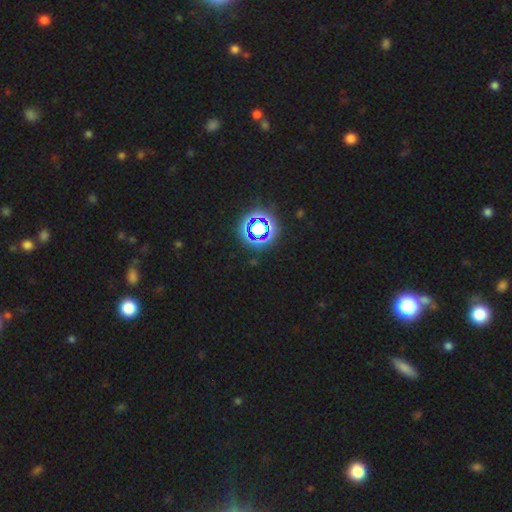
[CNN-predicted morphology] Smooth or featured?
  - star or artifact: 77% *
  - smooth: 16%
  - featured or disk: 7%